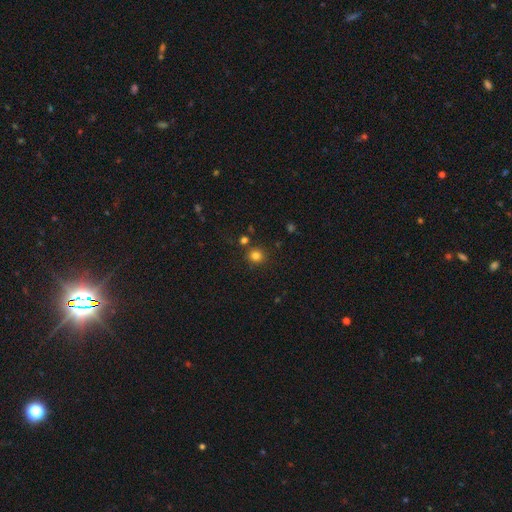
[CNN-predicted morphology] This appears to be a smooth galaxy with no disk features (80%) that is round (92%). Merging: none (84%).